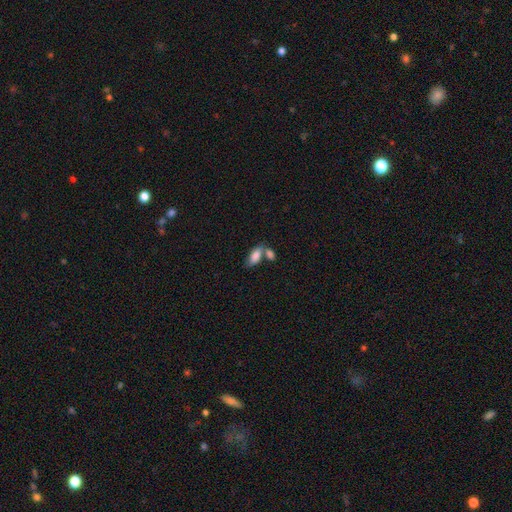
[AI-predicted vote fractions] A smooth galaxy with no disk features (82%) that is in between round and cigar-shaped (86%).

Vote fractions:
- Smooth or featured? smooth: 82% / featured or disk: 11% / star or artifact: 7%
- How rounded? in between: 86% / cigar-shaped: 11% / round: 3%
- Merging? merger: 42% (tied) / none: 42% (tied) / minor disturbance: 12% / major disturbance: 5%